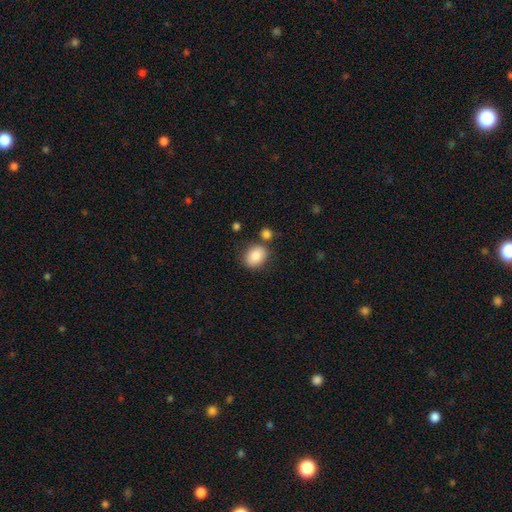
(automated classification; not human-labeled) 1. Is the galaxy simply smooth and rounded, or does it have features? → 84% smooth, 8% star or artifact, 8% featured or disk.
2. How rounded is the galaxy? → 56% in between, 43% round, 1% cigar-shaped.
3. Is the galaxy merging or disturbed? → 74% none, 12% minor disturbance, 11% merger, 3% major disturbance.